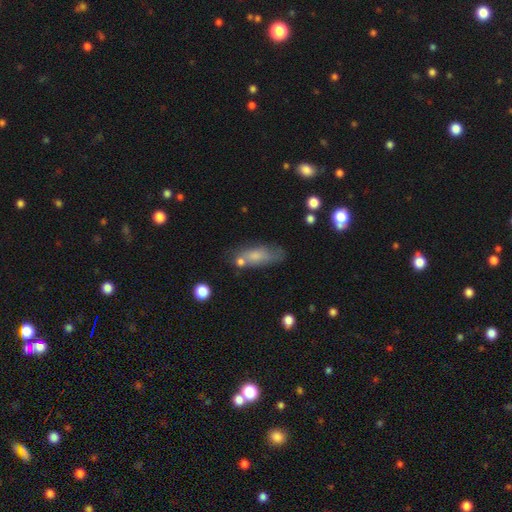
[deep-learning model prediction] A smooth galaxy with no disk features (70%) that is in between round and cigar-shaped (70%).

Vote fractions:
- Smooth or featured? smooth: 70% / featured or disk: 21% / star or artifact: 9%
- How rounded? in between: 70% / cigar-shaped: 26% / round: 4%
- Merging? none: 50% / minor disturbance: 24% / merger: 15% / major disturbance: 11%